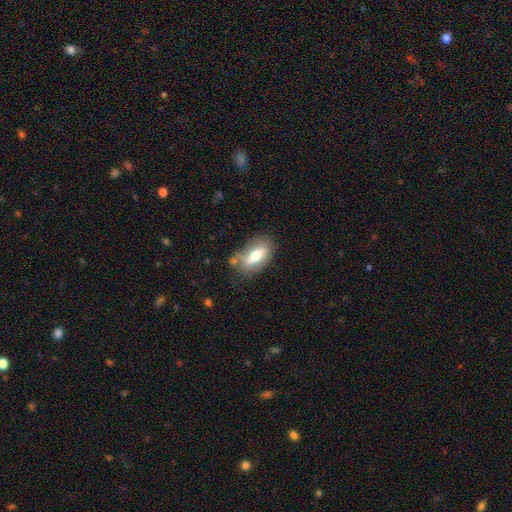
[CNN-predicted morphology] Smooth or featured: smooth — 63% (featured or disk — 30%)
How rounded: in between — 86% (cigar-shaped — 10%)
Merging: none — 68% (minor disturbance — 19%)